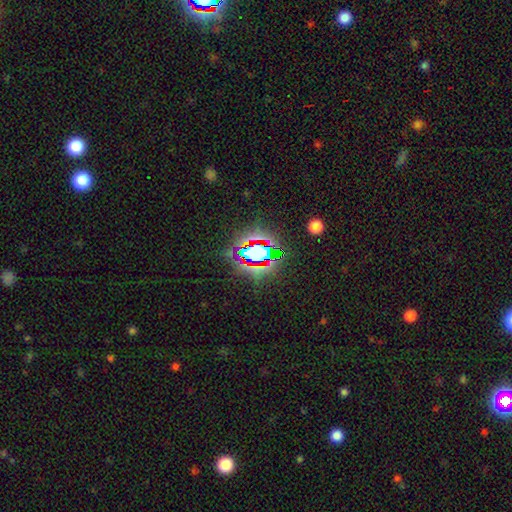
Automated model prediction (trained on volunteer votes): Morphology: type=star or artifact (69%).